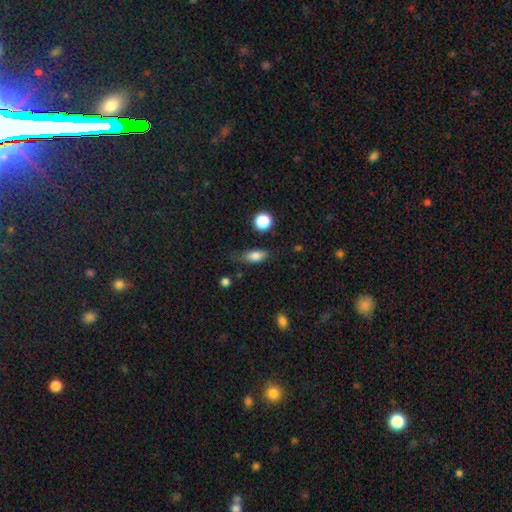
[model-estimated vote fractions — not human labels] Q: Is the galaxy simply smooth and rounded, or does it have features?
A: smooth — 81%.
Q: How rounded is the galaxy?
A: in between — 78%.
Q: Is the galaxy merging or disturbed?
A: none — 63%.